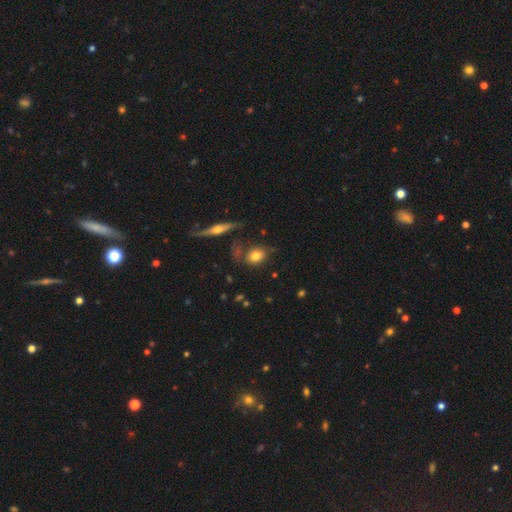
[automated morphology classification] Smooth or featured? smooth (75%)
How rounded? in between (57%)
Merging? none (63%)